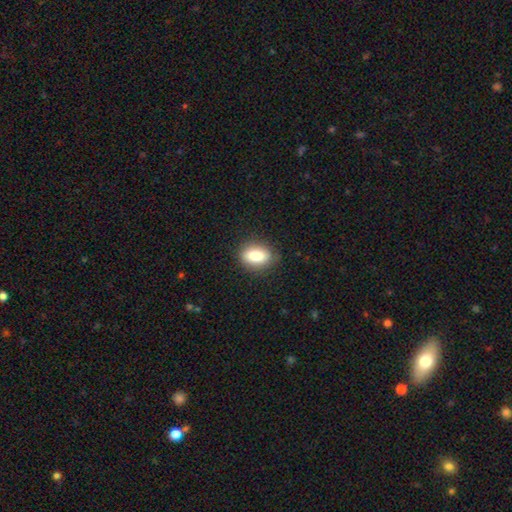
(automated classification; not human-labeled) Morphology: type=smooth (83%); roundness=in between (79%); merging=none (84%).